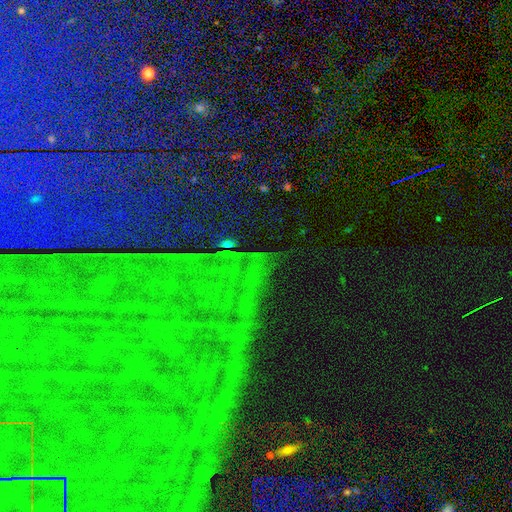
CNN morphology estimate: A star or artifact, not a galaxy (77%).